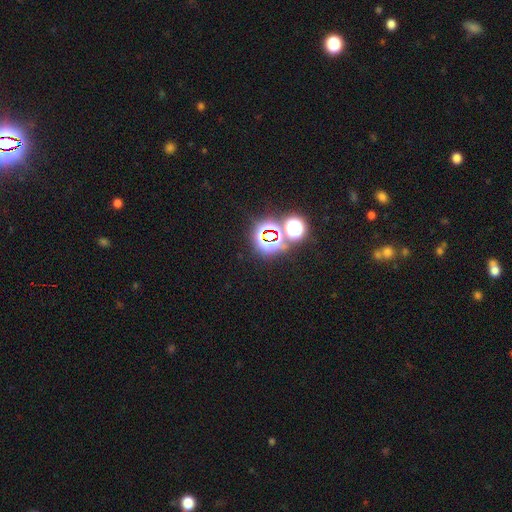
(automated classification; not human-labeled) A star or artifact, not a galaxy (76%).

Vote fractions:
- Smooth or featured? star or artifact: 76% / smooth: 17% / featured or disk: 8%